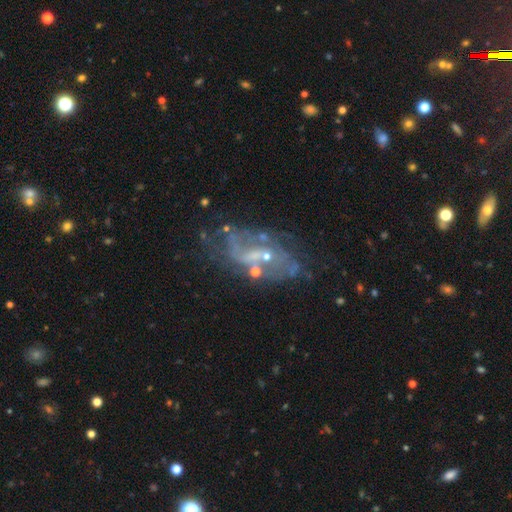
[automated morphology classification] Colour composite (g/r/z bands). It shows a featured or disk galaxy (72%) with no bar (52%), spiral arms (57%) and a small central bulge (54%). Merging: none (47%).